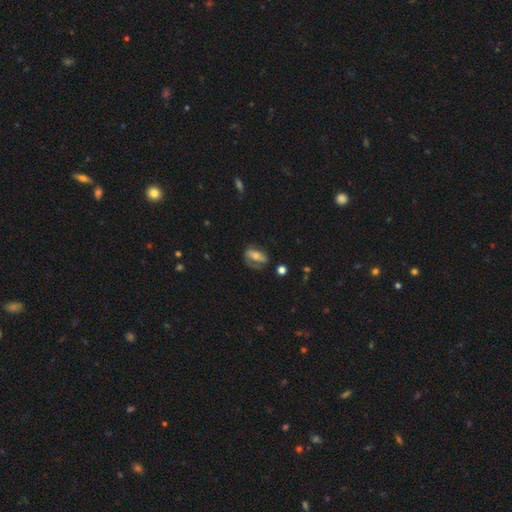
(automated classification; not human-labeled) Smooth or featured? featured or disk (49%)
Merging? none (50%)